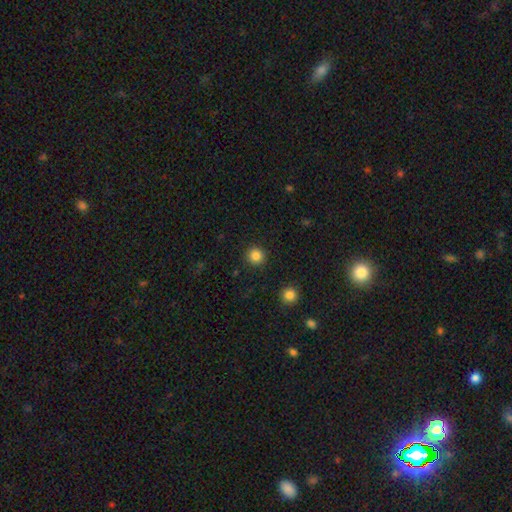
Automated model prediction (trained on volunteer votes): smooth-or-featured: smooth: 85% | star or artifact: 11% | featured or disk: 4%
  how-rounded: round: 95% | in between: 5% | cigar-shaped: 1%
  merging: none: 92% | minor disturbance: 5% | major disturbance: 2% | merger: 1%